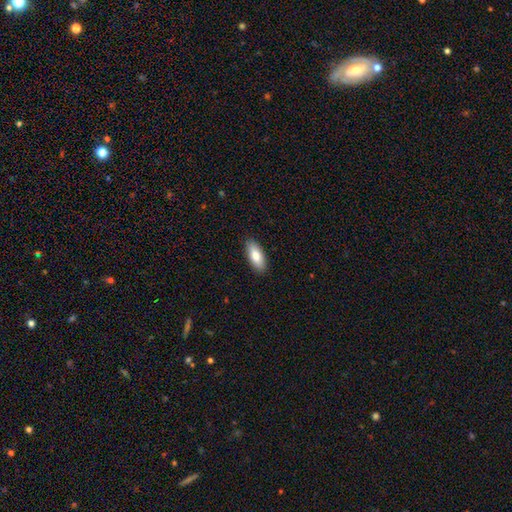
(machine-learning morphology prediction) Overall: smooth (81%). How rounded: in between (82%). Merging: none (89%).